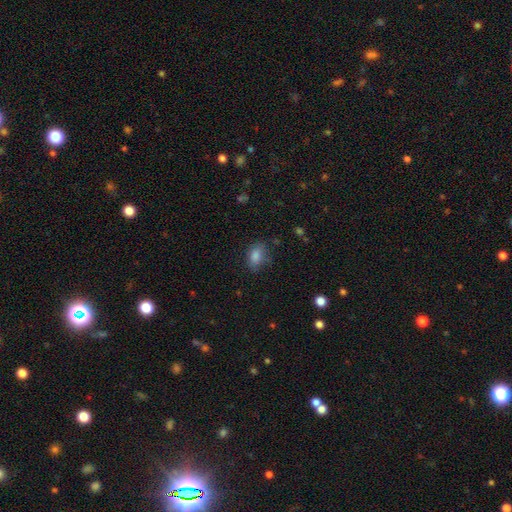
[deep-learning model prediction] A smooth galaxy with no disk features (82%) that is in between round and cigar-shaped (80%). Merging: none (73%).